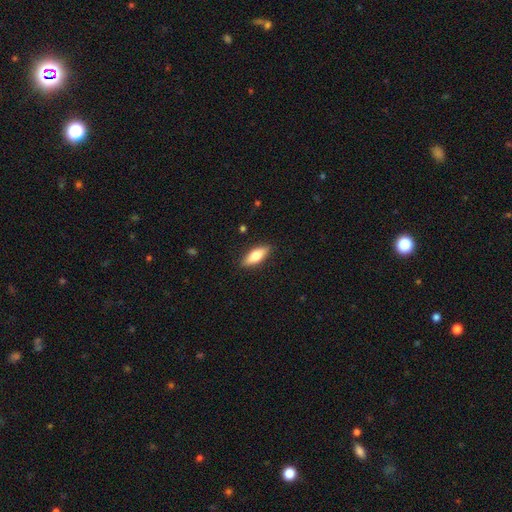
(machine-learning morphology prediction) smooth 71%, featured or disk 23%, star or artifact 6%. Down the decision tree: how rounded — in between (67%); merging — none (88%).